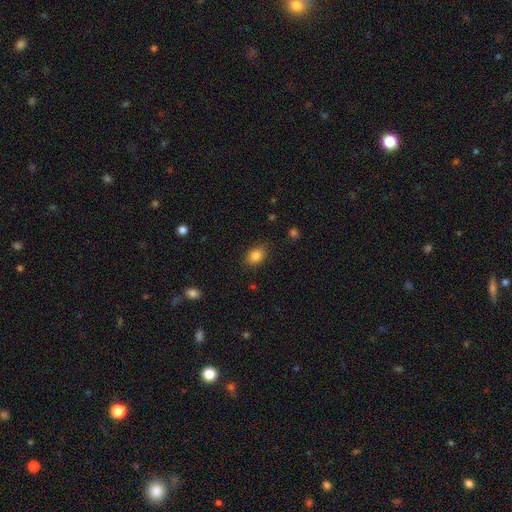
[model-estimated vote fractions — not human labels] Overall: smooth (84%). How rounded: in between (72%). Merging: none (85%).